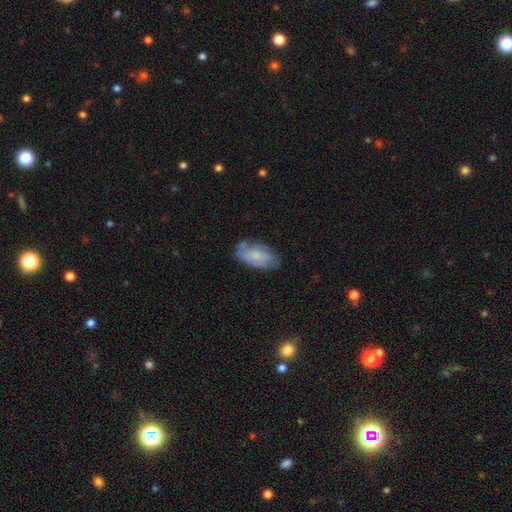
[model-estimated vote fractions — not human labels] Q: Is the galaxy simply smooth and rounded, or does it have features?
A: smooth — 59%.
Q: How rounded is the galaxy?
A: in between — 93%.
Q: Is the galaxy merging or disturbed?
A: none — 58%.